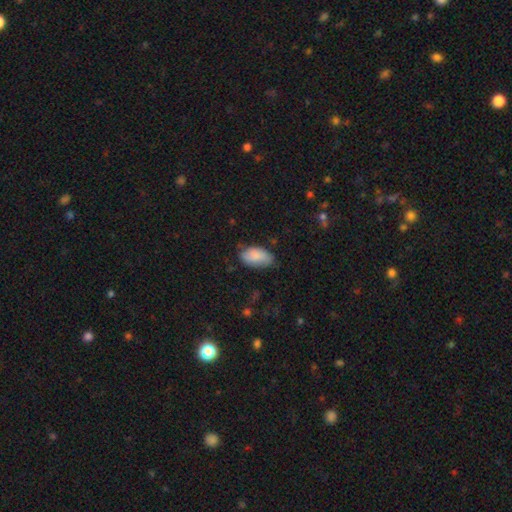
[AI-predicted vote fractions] smooth-or-featured: smooth: 85% | featured or disk: 8% | star or artifact: 7%
  how-rounded: in between: 94% | round: 4% | cigar-shaped: 2%
  merging: none: 65% | minor disturbance: 27% | major disturbance: 6% | merger: 2%